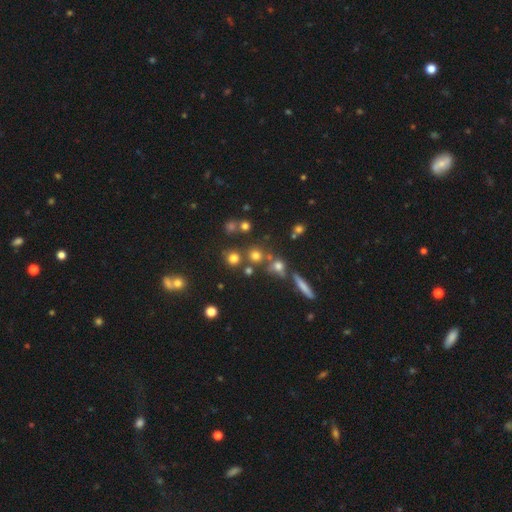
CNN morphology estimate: A smooth galaxy with no disk features (68%) that is round (90%). Merging: none (70%).